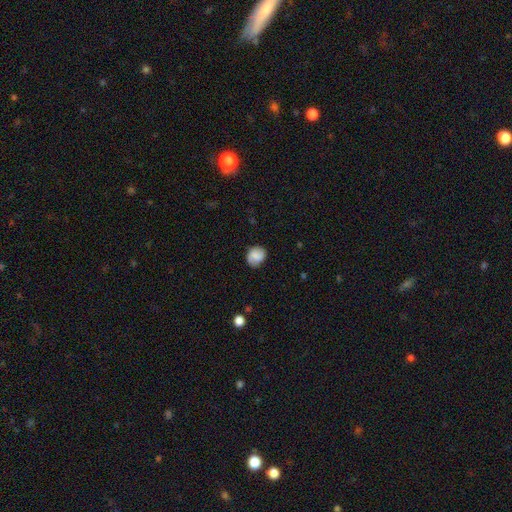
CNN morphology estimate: This is likely a smooth galaxy (74%). How rounded: likely round (66%). Merging: likely none (73%).